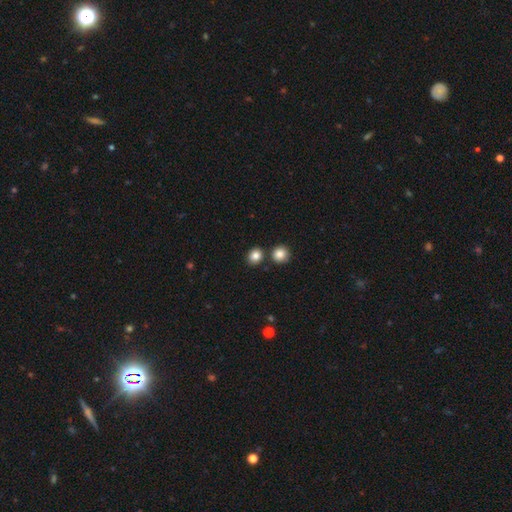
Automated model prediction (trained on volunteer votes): Smooth or featured: smooth — 84% (star or artifact — 11%)
How rounded: round — 73% (in between — 26%)
Merging: none — 78% (merger — 12%)